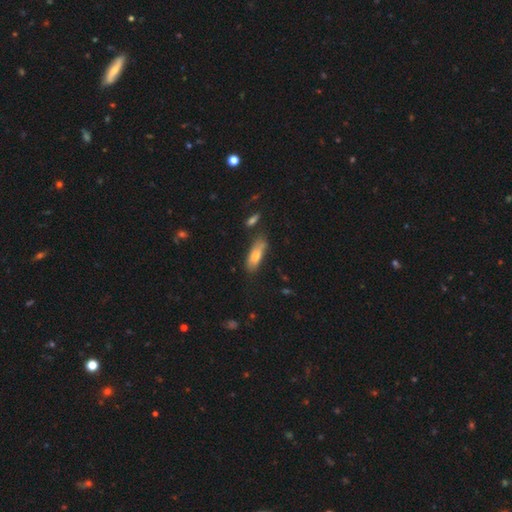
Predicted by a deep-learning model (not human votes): This appears to be a smooth galaxy with no disk features (71%) that is in between round and cigar-shaped (58%). Merging: none (65%).